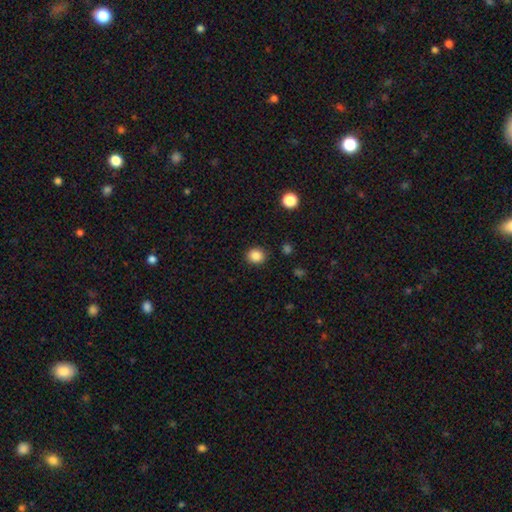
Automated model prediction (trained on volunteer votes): Q: Smooth or featured?
A: smooth (86%); runner-up: star or artifact (10%)
Q: How rounded?
A: round (79%); runner-up: in between (20%)
Q: Merging?
A: none (90%); runner-up: minor disturbance (7%)